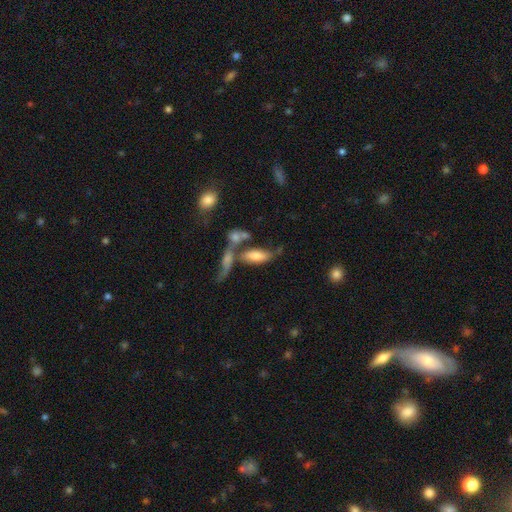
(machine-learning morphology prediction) This appears to be a smooth galaxy with no disk features (61%) that is in between round and cigar-shaped (68%). Merging: merger (42%).